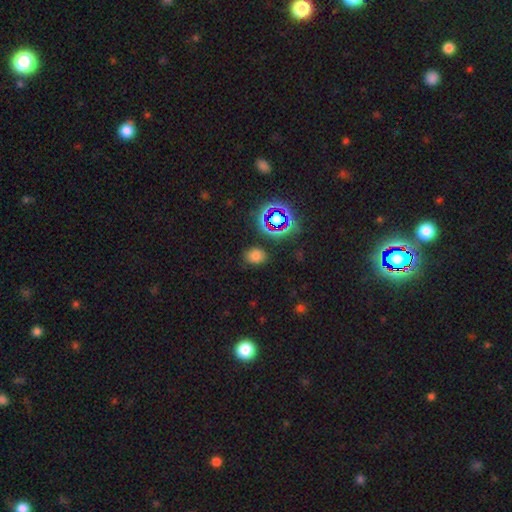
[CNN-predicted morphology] Q: Smooth or featured?
A: smooth (69%); runner-up: star or artifact (25%)
Q: How rounded?
A: in between (64%); runner-up: round (35%)
Q: Merging?
A: none (82%); runner-up: minor disturbance (12%)